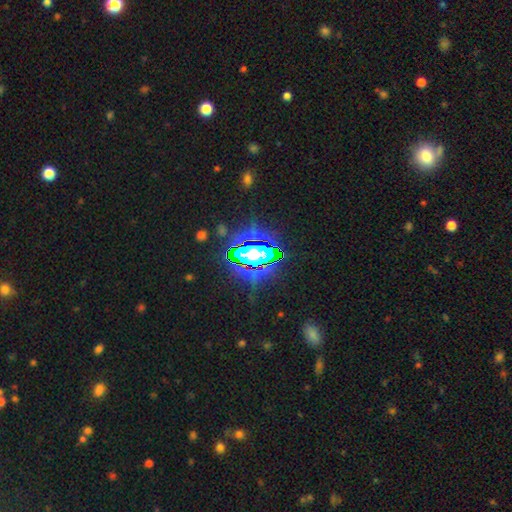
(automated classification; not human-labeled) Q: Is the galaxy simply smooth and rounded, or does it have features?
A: star or artifact — 77%.